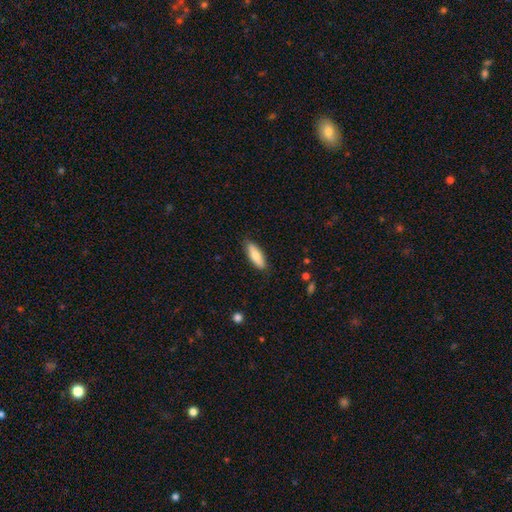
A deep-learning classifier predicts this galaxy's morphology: Smooth or featured?
  - smooth: 79% *
  - featured or disk: 16%
  - star or artifact: 6%
How rounded?
  - in between: 59% *
  - cigar-shaped: 39%
  - round: 2%
Merging?
  - none: 85% *
  - minor disturbance: 11%
  - major disturbance: 2%
  - merger: 1%